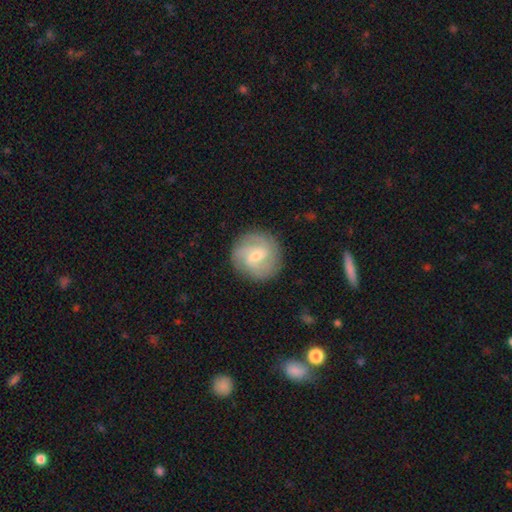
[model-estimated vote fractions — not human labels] This appears to be a featured or disk galaxy (76%) with a weak bar (54%), 3 (34%) tight (50%) spiral arms (95%) and a small central bulge (55%). Merging: none (85%).